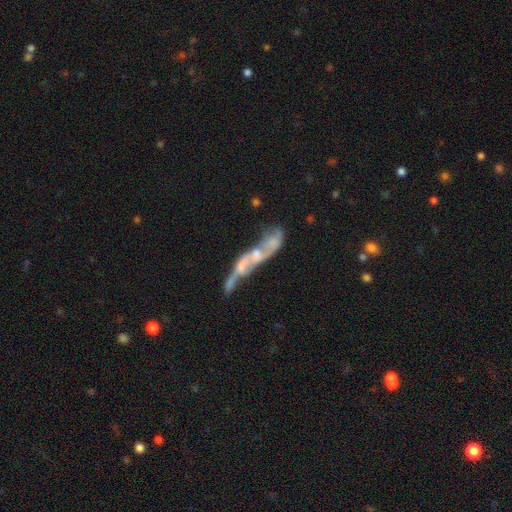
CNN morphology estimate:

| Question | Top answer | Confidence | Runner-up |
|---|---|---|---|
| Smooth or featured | featured or disk | 65% | smooth (25%) |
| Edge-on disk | no | 74% | yes (26%) |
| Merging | merger | 45% | none (22%) |